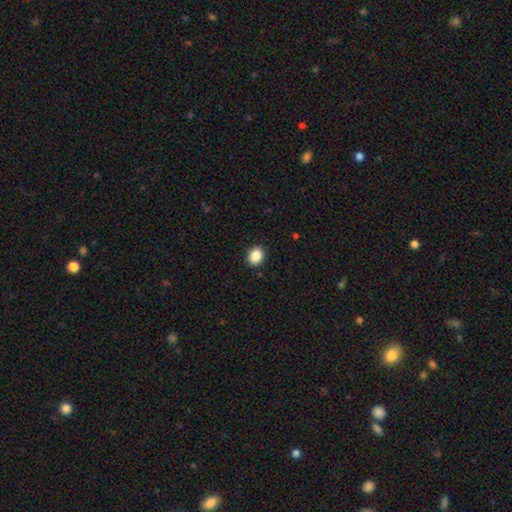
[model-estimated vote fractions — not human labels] A smooth galaxy with no disk features (88%) that is in between round and cigar-shaped (53%). Merging: none (90%).